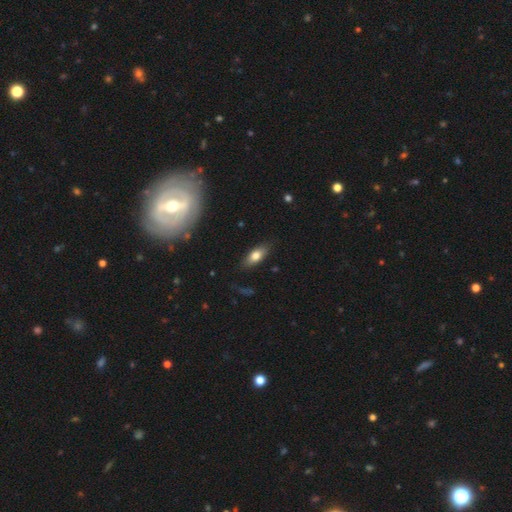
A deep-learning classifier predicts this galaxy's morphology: smooth_or_featured: smooth (p=0.73) [alt: featured or disk p=0.20]
how_rounded: in between (p=0.78) [alt: cigar-shaped p=0.18]
merging: none (p=0.82) [alt: minor disturbance p=0.13]